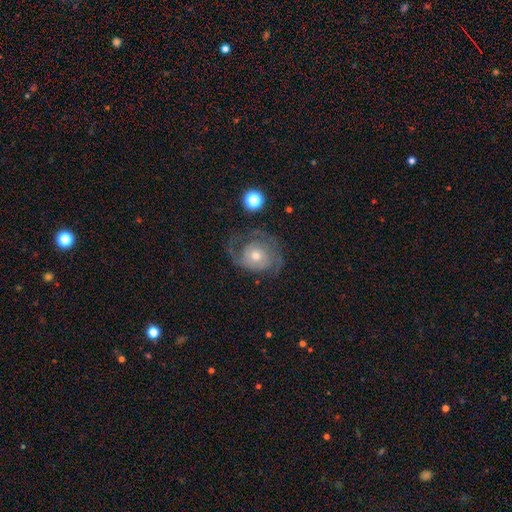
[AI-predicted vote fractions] Overall: featured or disk (73%). Edge-on disk: no (97%). Bar: no (81%). Spiral arms: yes (87%). Spiral arm count: 2 (52%; can't tell 23%). Spiral winding: tight (46%; medium 37%). Bulge size: moderate (58%; small 35%). Merging: none (56%; major disturbance 21%).